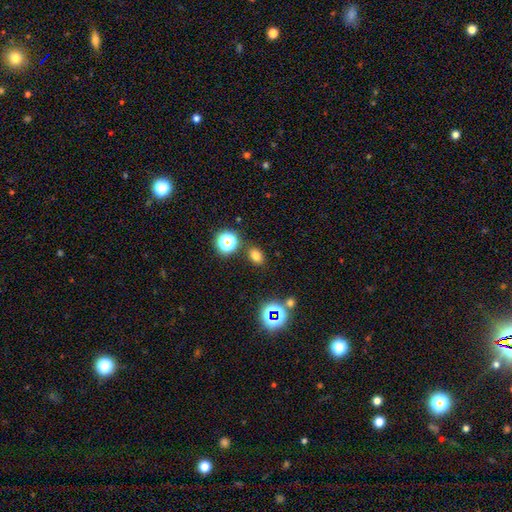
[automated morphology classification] Overall: smooth (71%). How rounded: in between (63%; round 36%). Merging: none (82%).